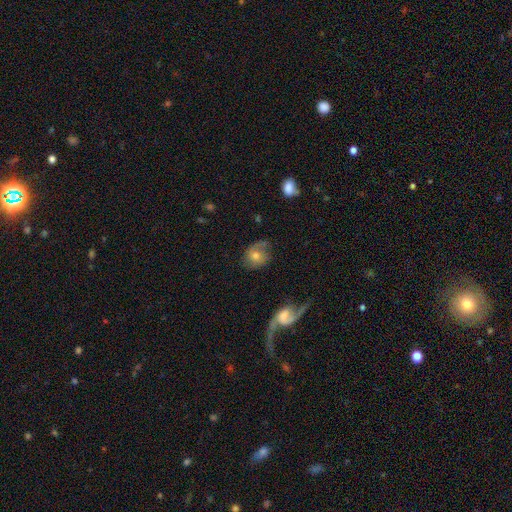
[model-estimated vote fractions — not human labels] Smooth or featured? Predicted: featured or disk (p=0.47). Merging? Predicted: none (p=0.57).